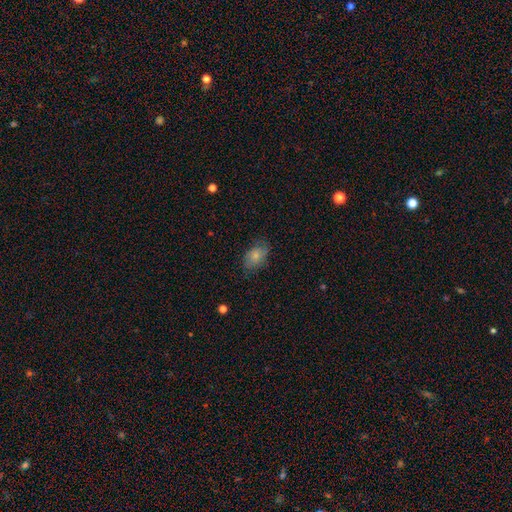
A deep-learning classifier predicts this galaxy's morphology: Smooth or featured? smooth (73%)
How rounded? in between (86%)
Merging? none (69%)